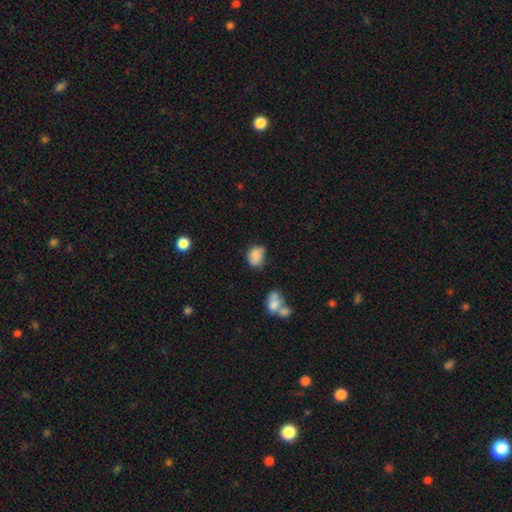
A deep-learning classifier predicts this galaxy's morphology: smooth_or_featured: smooth (p=0.84) [alt: star or artifact p=0.09]
how_rounded: in between (p=0.64) [alt: round p=0.35]
merging: none (p=0.53) [alt: minor disturbance p=0.33]